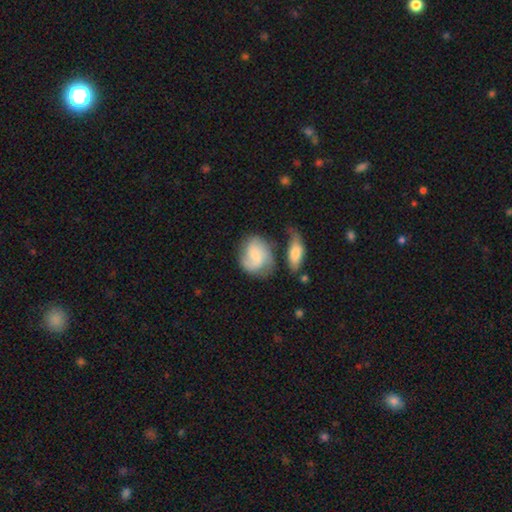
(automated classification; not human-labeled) Q: Smooth or featured?
A: featured or disk (53%); runner-up: smooth (41%)
Q: Edge-on disk?
A: no (97%); runner-up: yes (3%)
Q: Bar?
A: no (61%); runner-up: weak (33%)
Q: Spiral arms?
A: yes (87%); runner-up: no (13%)
Q: Bulge size?
A: small (64%); runner-up: moderate (26%)
Q: Merging?
A: none (49%); runner-up: minor disturbance (22%)